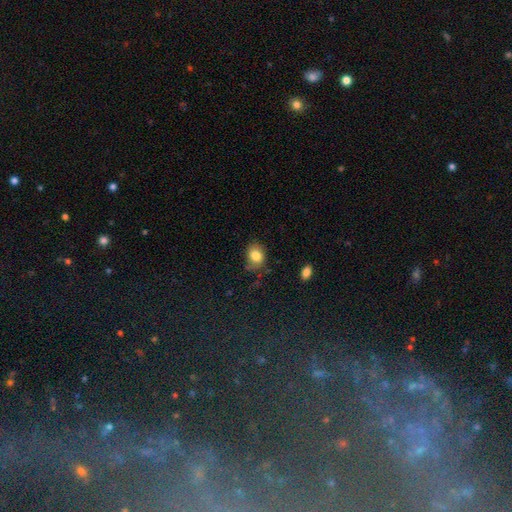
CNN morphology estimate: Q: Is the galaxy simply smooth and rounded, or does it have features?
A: smooth — 80%.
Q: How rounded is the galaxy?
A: in between — 58%.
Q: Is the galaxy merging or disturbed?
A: none — 57%.